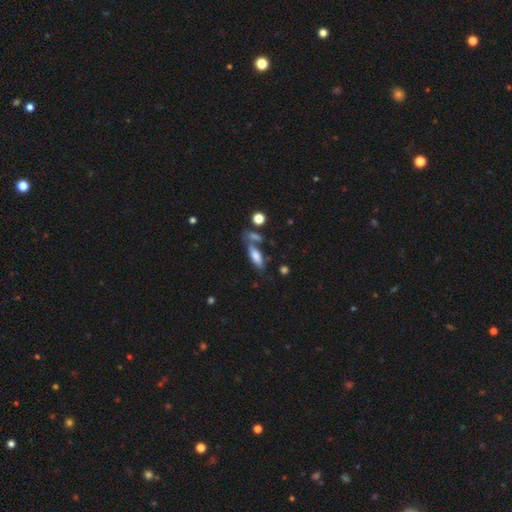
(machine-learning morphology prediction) A smooth galaxy with no disk features (71%) that is in between round and cigar-shaped (57%). Merging: none (54%).